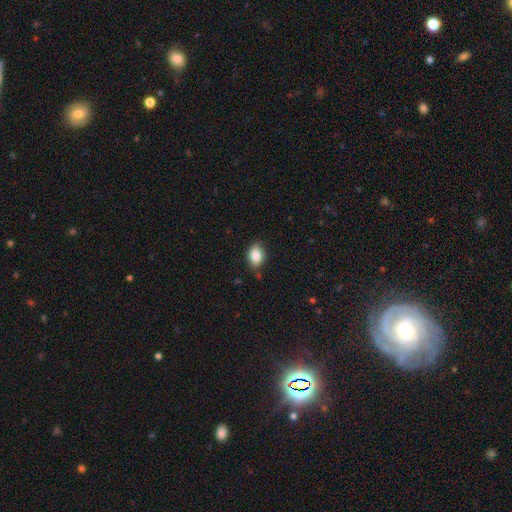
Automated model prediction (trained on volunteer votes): smooth-or-featured: smooth: 84% | star or artifact: 8% | featured or disk: 7%
  how-rounded: in between: 79% | round: 19% | cigar-shaped: 1%
  merging: none: 81% | minor disturbance: 15% | major disturbance: 3% | merger: 2%